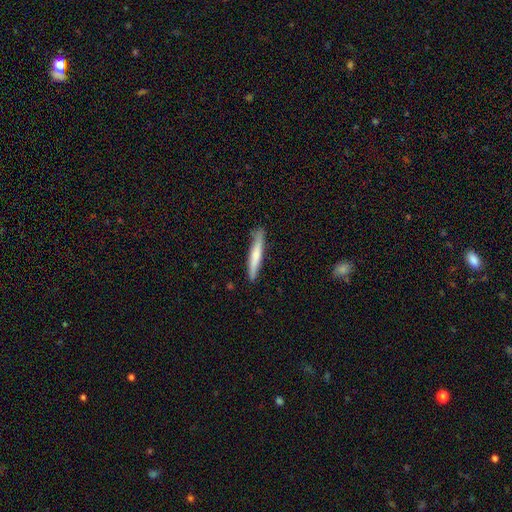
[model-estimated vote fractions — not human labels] Morphology: type=smooth (65%); roundness=cigar-shaped (95%); merging=none (84%).